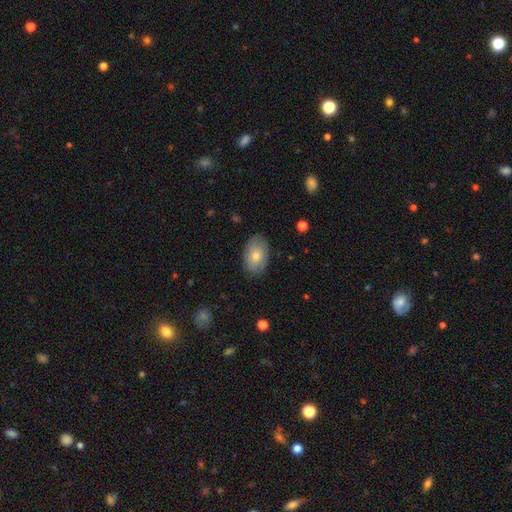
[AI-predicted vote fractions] Smooth or featured?
  - smooth: 69% *
  - featured or disk: 23%
  - star or artifact: 8%
How rounded?
  - in between: 89% *
  - round: 10%
  - cigar-shaped: 1%
Merging?
  - none: 83% *
  - minor disturbance: 13%
  - major disturbance: 3%
  - merger: 1%